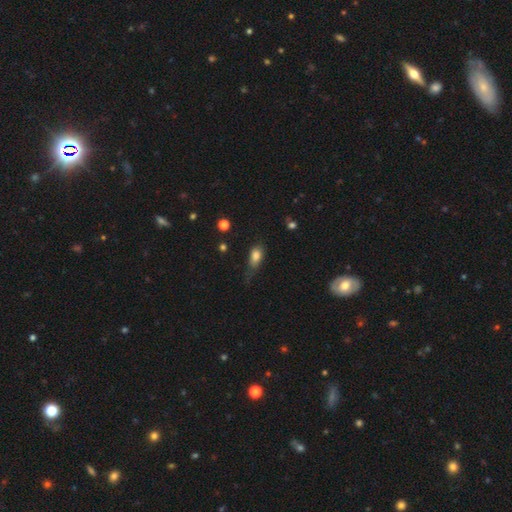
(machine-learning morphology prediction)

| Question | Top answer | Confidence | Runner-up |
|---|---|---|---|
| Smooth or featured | smooth | 81% | featured or disk (10%) |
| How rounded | in between | 80% | round (12%) |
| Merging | none | 40% | minor disturbance (36%) |